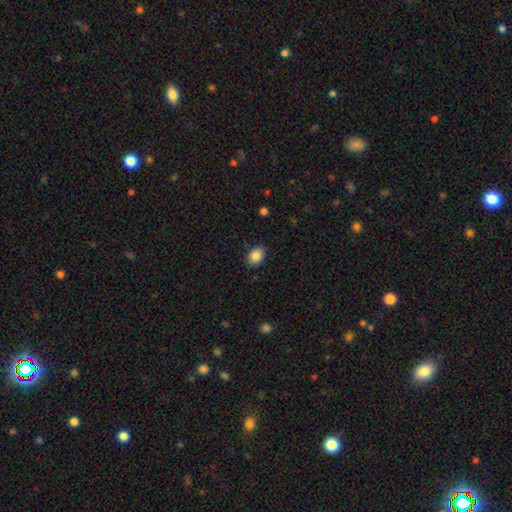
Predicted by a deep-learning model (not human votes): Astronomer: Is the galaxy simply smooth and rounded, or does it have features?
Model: smooth — 88%.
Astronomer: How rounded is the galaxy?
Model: in between — 74%.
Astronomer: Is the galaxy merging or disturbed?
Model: none — 86%.